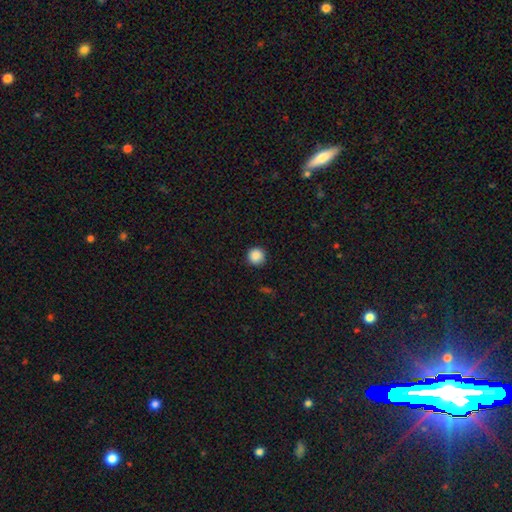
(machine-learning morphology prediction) smooth-or-featured: smooth: 88% | star or artifact: 10% | featured or disk: 2%
  how-rounded: round: 96% | in between: 3% | cigar-shaped: 1%
  merging: none: 91% | minor disturbance: 6% | major disturbance: 2% | merger: 1%